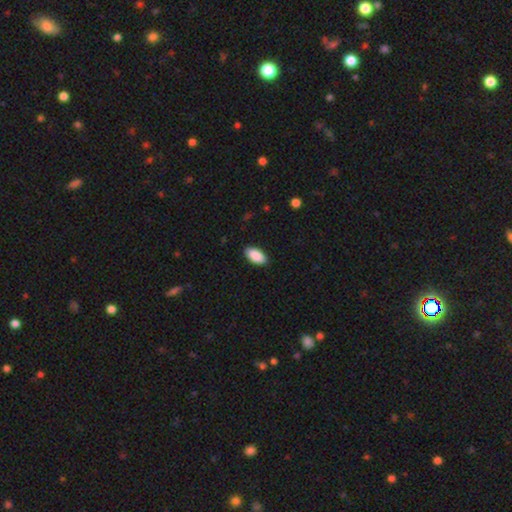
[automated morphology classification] type=smooth (90%); roundness=in between (95%); merging=none (90%).